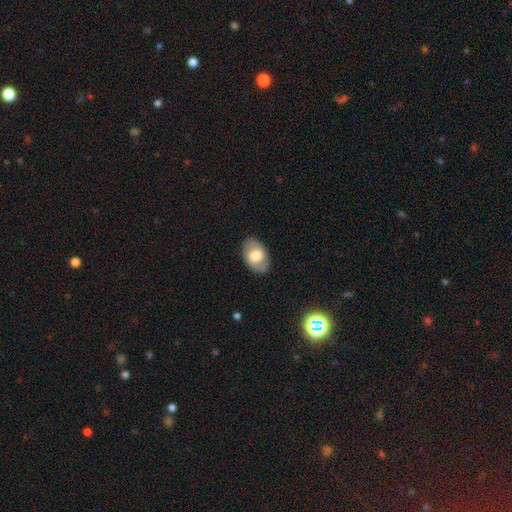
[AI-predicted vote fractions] The model was most divided on "smooth or featured": smooth: 61%, featured or disk: 32%, star or artifact: 6%. More confident: how rounded — in between (89%); merging — none (84%).